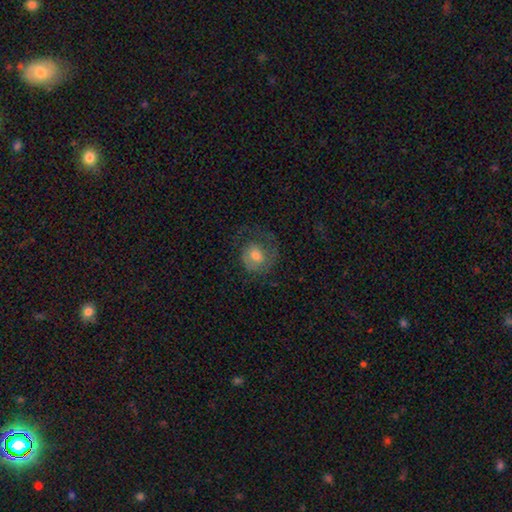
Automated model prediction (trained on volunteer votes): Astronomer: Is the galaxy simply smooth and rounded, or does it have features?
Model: smooth — 48% (runner-up: featured or disk, 44%).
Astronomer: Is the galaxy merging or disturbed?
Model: none — 51% (runner-up: major disturbance, 27%).